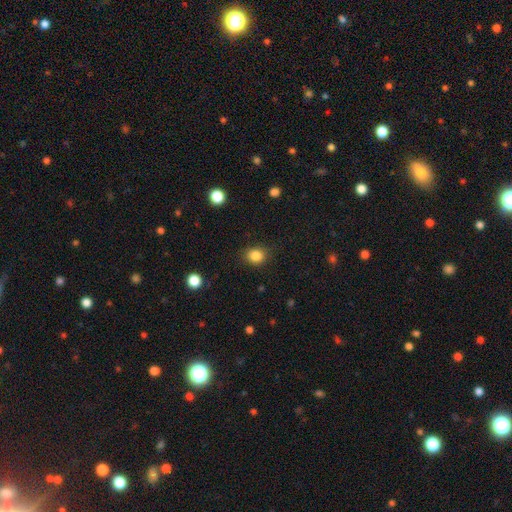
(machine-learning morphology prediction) Overall: smooth (85%). How rounded: round (68%; in between 31%). Merging: none (85%).